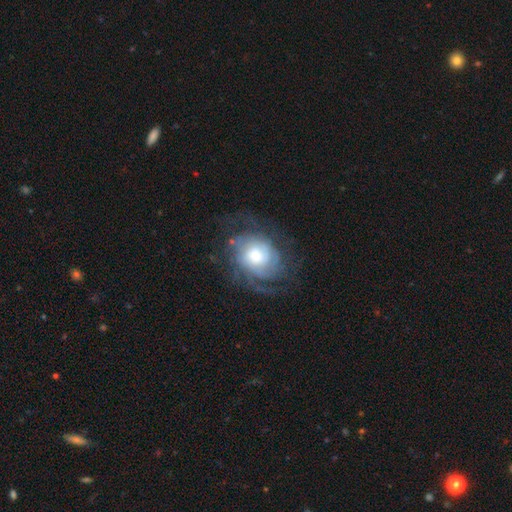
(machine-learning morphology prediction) smooth_or_featured: featured or disk (p=0.77) [alt: smooth p=0.16]
disk_edge_on: no (p=0.97) [alt: yes p=0.03]
bar: no (p=0.73) [alt: weak p=0.23]
has_spiral_arms: yes (p=0.91) [alt: no p=0.09]
spiral_winding: tight (p=0.53) [alt: medium p=0.33]
spiral_arm_count: can't tell (p=0.41) [alt: 2 p=0.18]
bulge_size: moderate (p=0.49) [alt: large p=0.30]
merging: none (p=0.63) [alt: minor disturbance p=0.18]